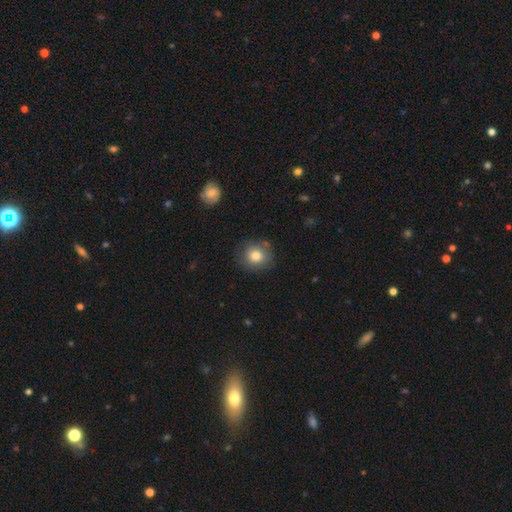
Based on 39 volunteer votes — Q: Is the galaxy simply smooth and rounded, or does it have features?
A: smooth — 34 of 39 (87%).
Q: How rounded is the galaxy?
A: round — 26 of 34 (76%).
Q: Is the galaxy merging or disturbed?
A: none — 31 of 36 (86%).